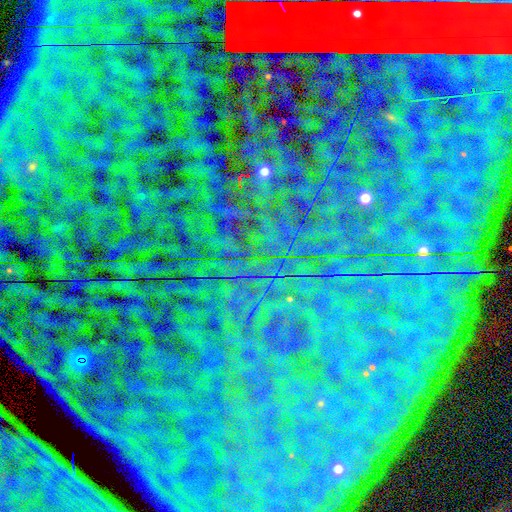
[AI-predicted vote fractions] Smooth or featured? star or artifact (86%)